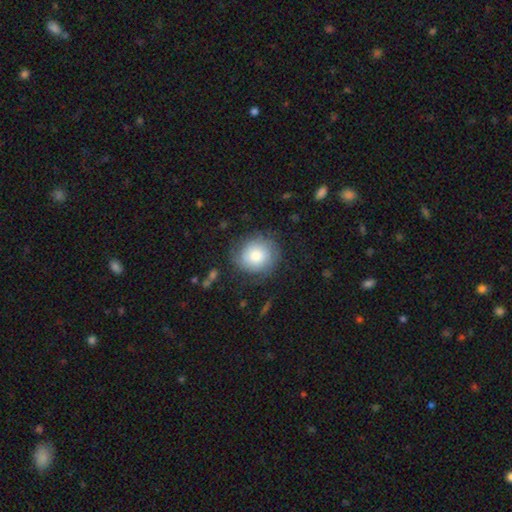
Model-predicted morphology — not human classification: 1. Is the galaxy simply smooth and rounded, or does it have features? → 67% smooth, 25% featured or disk, 8% star or artifact.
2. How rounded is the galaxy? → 88% round, 11% in between, 1% cigar-shaped.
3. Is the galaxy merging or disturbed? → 74% none, 17% minor disturbance, 8% major disturbance, 1% merger.